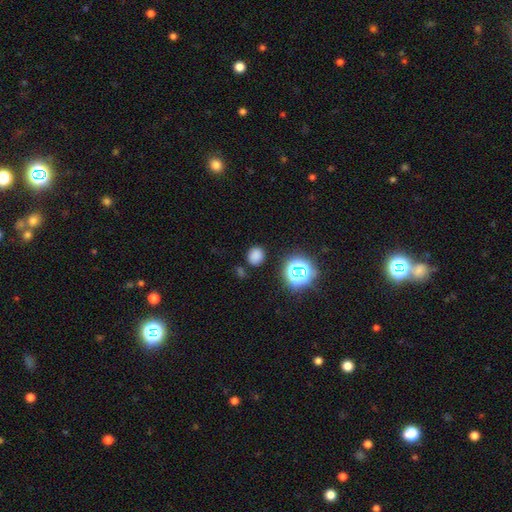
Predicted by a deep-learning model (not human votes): A smooth galaxy with no disk features (76%) that is round (72%).

Vote fractions:
- Smooth or featured? smooth: 76% / star or artifact: 19% / featured or disk: 5%
- How rounded? round: 72% / in between: 27% / cigar-shaped: 1%
- Merging? none: 83% / minor disturbance: 10% / merger: 4% / major disturbance: 3%